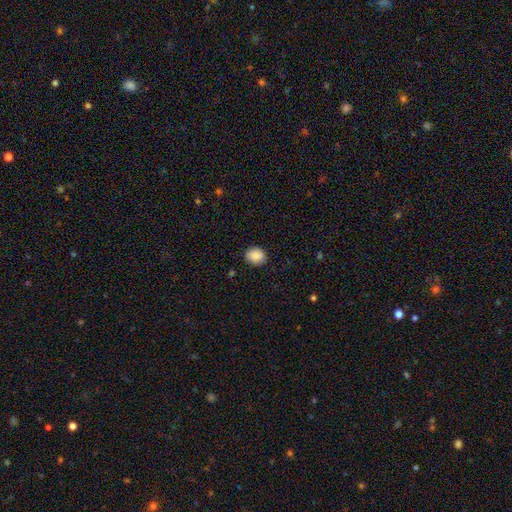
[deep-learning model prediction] This is clearly a smooth galaxy (86%). How rounded: likely round (64%). Merging: clearly none (85%).